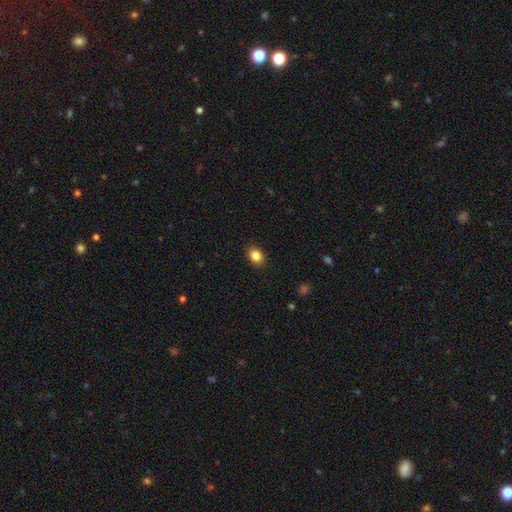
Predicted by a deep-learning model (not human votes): Smooth or featured? Predicted: smooth (p=0.85). How rounded? Predicted: in between (p=0.60). Merging? Predicted: none (p=0.89).